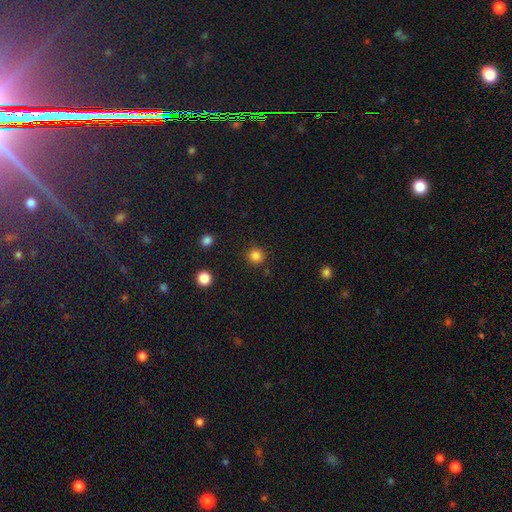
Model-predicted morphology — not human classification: Smooth or featured?
  - smooth: 84% *
  - star or artifact: 13%
  - featured or disk: 4%
How rounded?
  - round: 94% *
  - in between: 5%
  - cigar-shaped: 1%
Merging?
  - none: 90% *
  - minor disturbance: 6%
  - major disturbance: 2%
  - merger: 2%